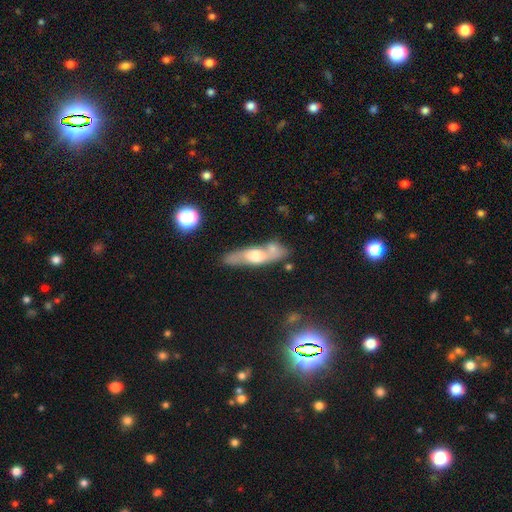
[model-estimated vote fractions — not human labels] featured or disk 50%, smooth 44%, star or artifact 6%. Down the decision tree: merging — none (59%).